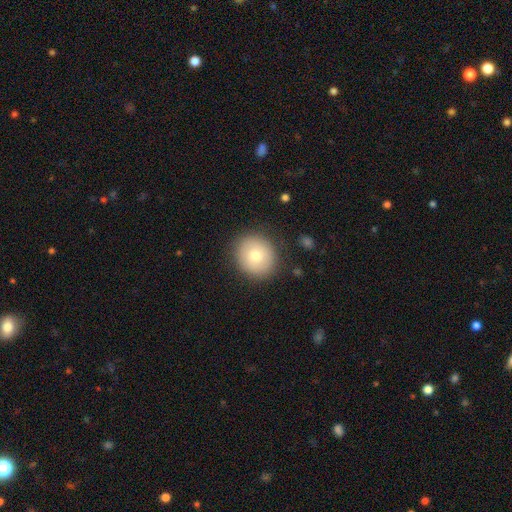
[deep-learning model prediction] A smooth galaxy with no disk features (74%) that is round (87%).

Vote fractions:
- Smooth or featured? smooth: 74% / featured or disk: 18% / star or artifact: 8%
- How rounded? round: 87% / in between: 12% / cigar-shaped: 1%
- Merging? none: 86% / minor disturbance: 9% / major disturbance: 3% / merger: 1%